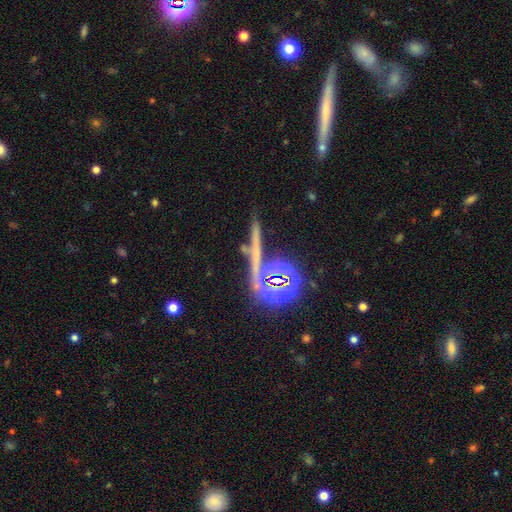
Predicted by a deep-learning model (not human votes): A star or artifact, not a galaxy (43%).

Vote fractions:
- Smooth or featured? star or artifact: 43% / smooth: 31% / featured or disk: 26%